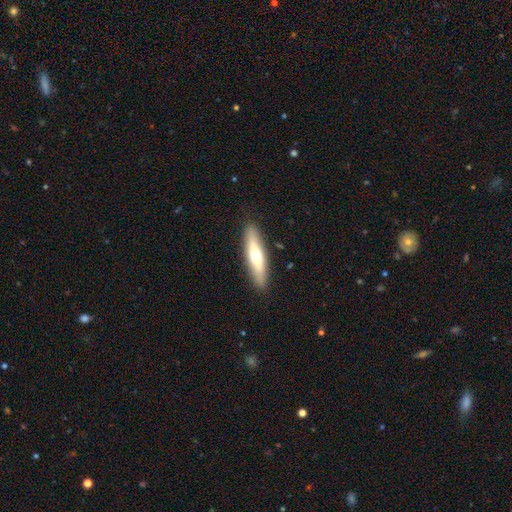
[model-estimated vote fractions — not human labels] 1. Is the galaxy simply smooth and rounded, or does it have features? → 56% smooth, 39% featured or disk, 5% star or artifact.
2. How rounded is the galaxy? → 75% cigar-shaped, 23% in between, 2% round.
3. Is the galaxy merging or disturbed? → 89% none, 8% minor disturbance, 2% major disturbance, 1% merger.